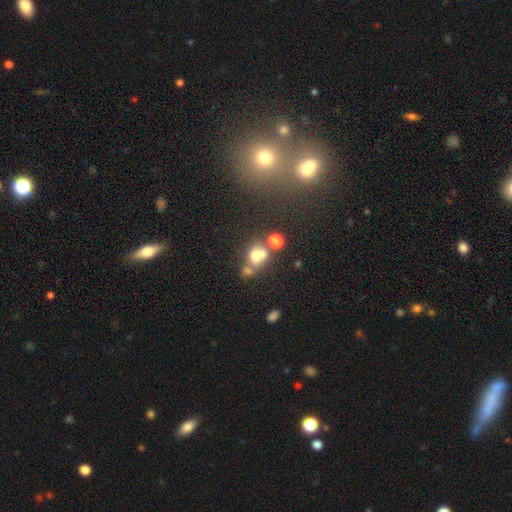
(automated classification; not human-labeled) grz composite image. It shows a smooth galaxy with no disk features (61%) that is round (67%). Merging: merger (50%).